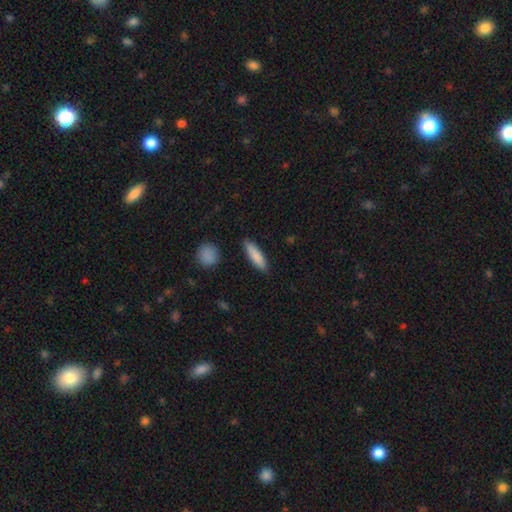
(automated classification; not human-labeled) Smooth or featured? smooth (84%)
How rounded? cigar-shaped (67%)
Merging? none (87%)